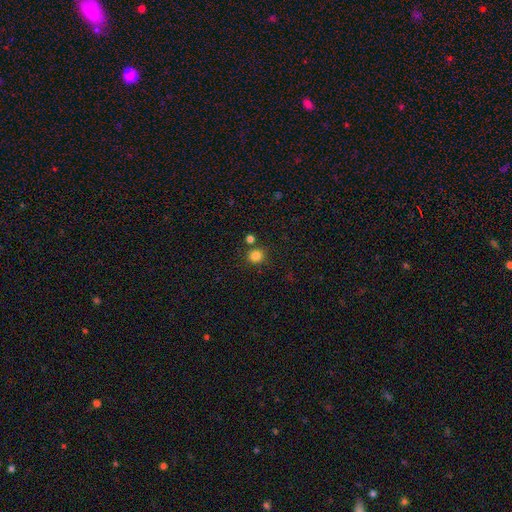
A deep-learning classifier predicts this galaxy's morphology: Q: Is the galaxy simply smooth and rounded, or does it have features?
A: smooth — 83%.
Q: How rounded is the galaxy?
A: round — 90%.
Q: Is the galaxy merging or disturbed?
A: none — 81%.